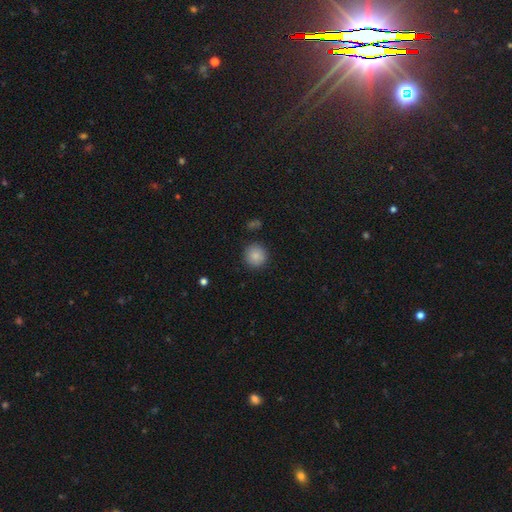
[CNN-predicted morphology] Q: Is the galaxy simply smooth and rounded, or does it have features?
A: smooth — 85%.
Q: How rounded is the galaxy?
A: round — 94%.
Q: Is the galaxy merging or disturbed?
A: none — 88%.